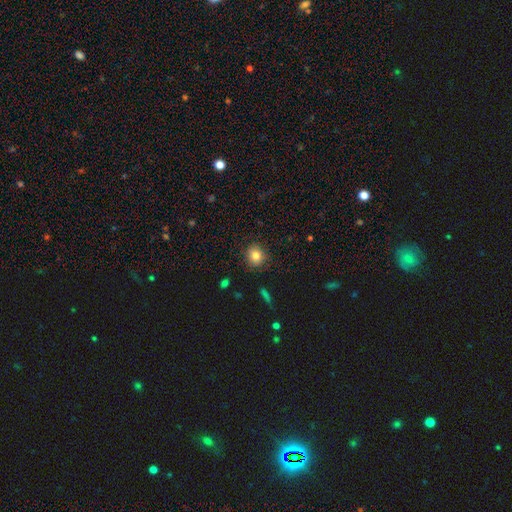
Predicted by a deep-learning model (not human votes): Morphology: type=smooth (82%); roundness=round (76%); merging=none (85%).